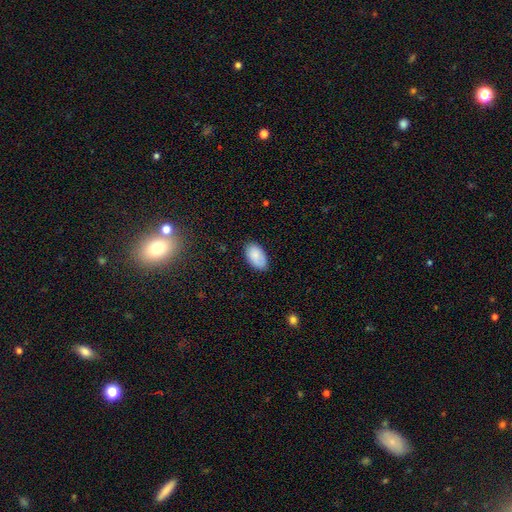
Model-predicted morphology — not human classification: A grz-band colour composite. It shows a smooth galaxy with no disk features (84%) that is in between round and cigar-shaped (95%). Merging: none (80%).